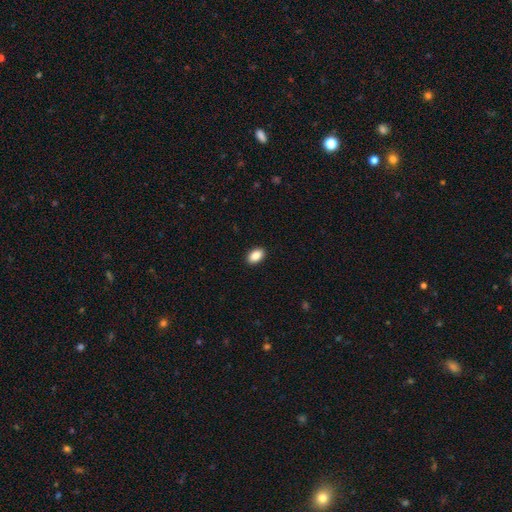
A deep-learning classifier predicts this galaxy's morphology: Smooth or featured?
  - smooth: 89% *
  - star or artifact: 7%
  - featured or disk: 4%
How rounded?
  - in between: 91% *
  - round: 8%
  - cigar-shaped: 1%
Merging?
  - none: 91% *
  - minor disturbance: 6%
  - major disturbance: 2%
  - merger: 1%